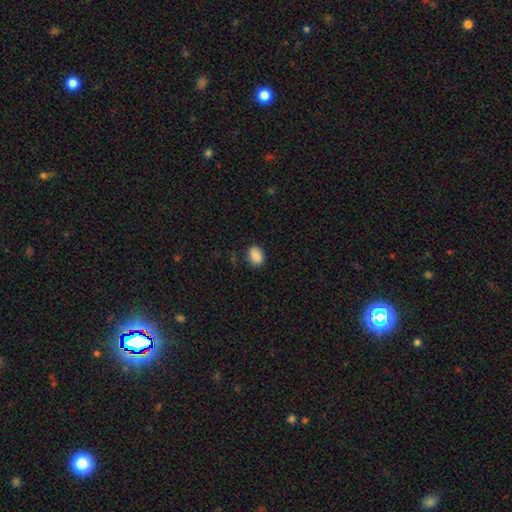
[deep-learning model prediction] A smooth galaxy with no disk features (88%) that is in between round and cigar-shaped (68%).

Vote fractions:
- Smooth or featured? smooth: 88% / star or artifact: 8% / featured or disk: 3%
- How rounded? in between: 68% / round: 30% / cigar-shaped: 1%
- Merging? none: 82% / minor disturbance: 13% / major disturbance: 3% / merger: 1%